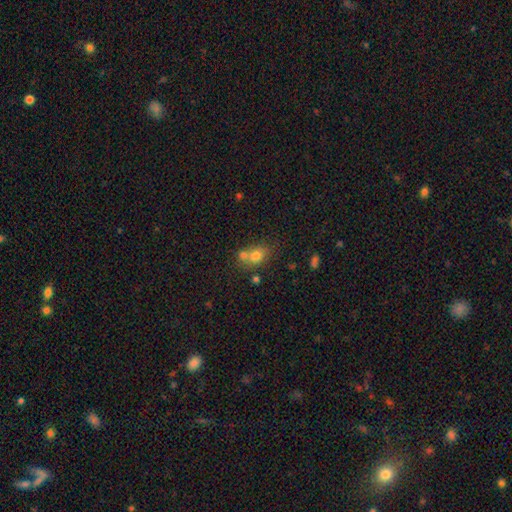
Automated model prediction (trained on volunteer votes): A smooth galaxy with no disk features (73%) that is in between round and cigar-shaped (57%).

Vote fractions:
- Smooth or featured? smooth: 73% / featured or disk: 14% / star or artifact: 13%
- How rounded? in between: 57% / round: 41% / cigar-shaped: 2%
- Merging? merger: 43% / none: 41% / minor disturbance: 11% / major disturbance: 5%